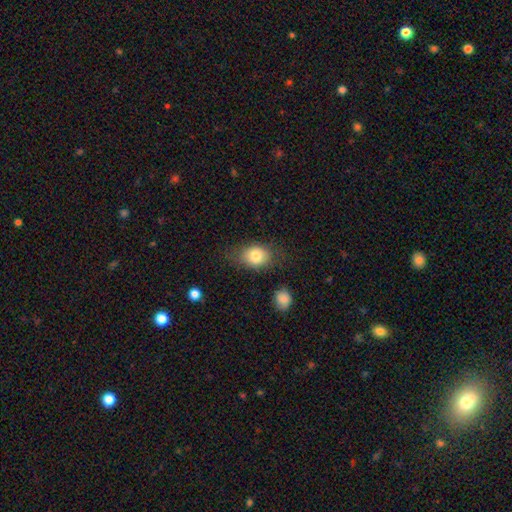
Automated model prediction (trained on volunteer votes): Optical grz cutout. It shows a smooth galaxy with no disk features (80%) that is in between round and cigar-shaped (59%). Merging: none (66%).